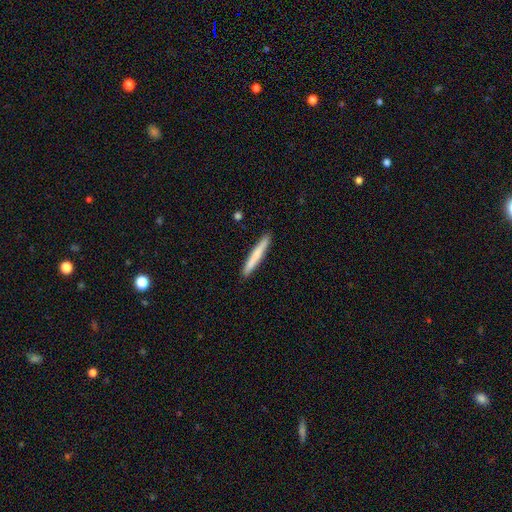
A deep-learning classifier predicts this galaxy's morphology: Smooth or featured? smooth (71%)
How rounded? cigar-shaped (96%)
Merging? none (92%)